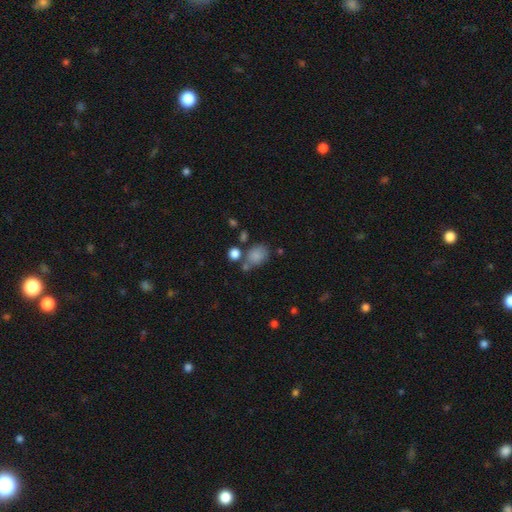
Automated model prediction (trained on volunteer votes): A smooth galaxy with no disk features (81%) that is in between round and cigar-shaped (62%). Merging: none (56%).